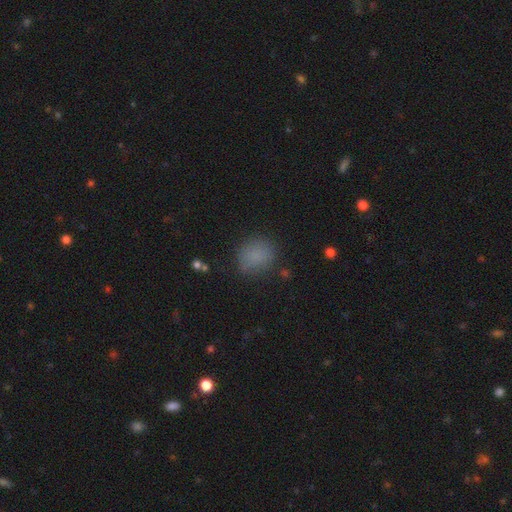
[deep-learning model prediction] smooth 81%, star or artifact 13%, featured or disk 6%. Down the decision tree: how rounded — round (65%); merging — none (78%).